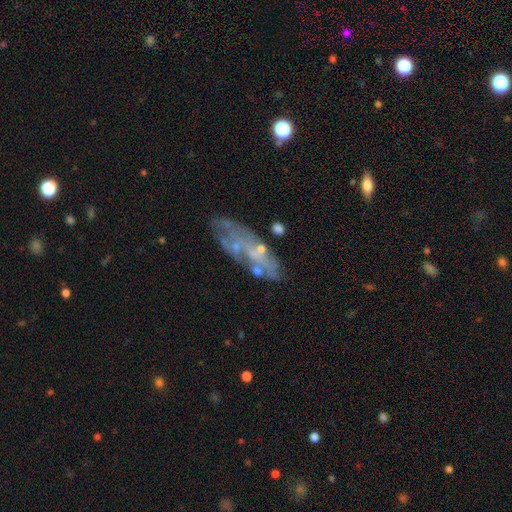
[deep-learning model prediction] The model was most divided on "bulge size": small: 56%, none: 30%, moderate: 12%, large: 1%, dominant: 1%. More confident: edge-on disk — no (85%); bar — no (82%); spiral arms — no (67%); smooth or featured — featured or disk (64%); merging — none (59%).